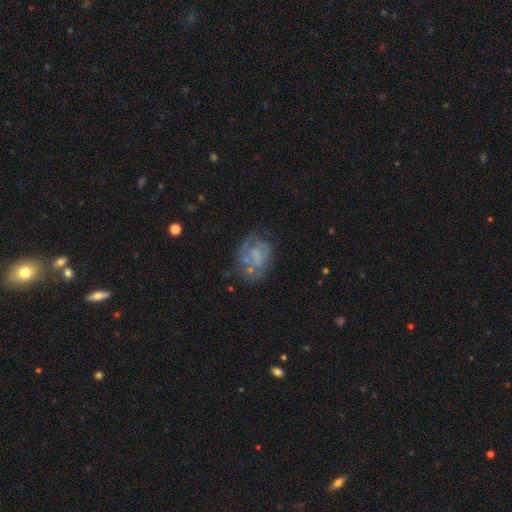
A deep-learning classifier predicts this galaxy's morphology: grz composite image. It shows a featured or disk galaxy (60%) with no bar (67%), no spiral arms (55%) and no central bulge (55%). Merging: none (42%).